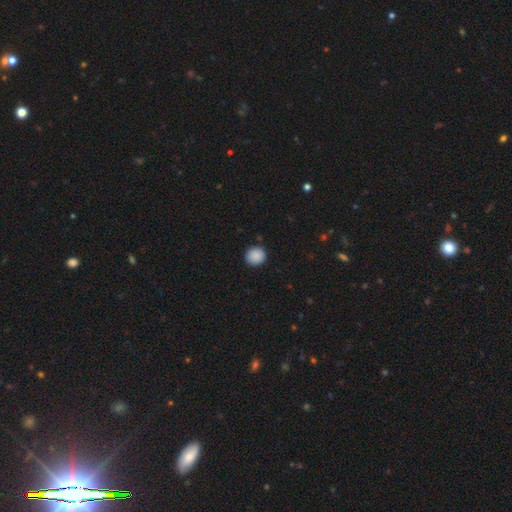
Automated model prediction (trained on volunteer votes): Smooth or featured? smooth (89%)
How rounded? round (89%)
Merging? none (90%)